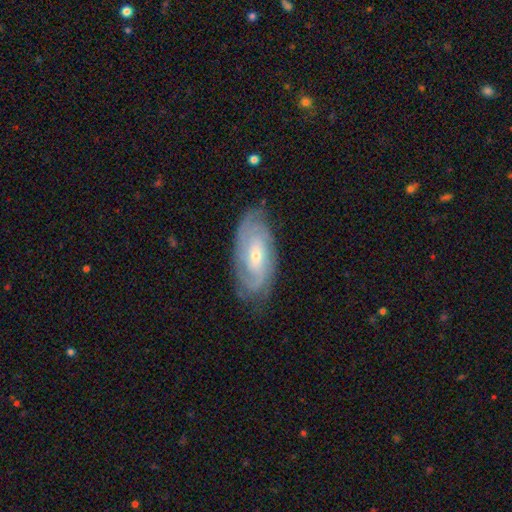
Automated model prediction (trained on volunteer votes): Overall: featured or disk (81%). Edge-on disk: no (93%). Bar: no (53%; weak 35%). Spiral arms: yes (93%). Spiral arm count: 2 (37%; can't tell 32%). Spiral winding: tight (65%; medium 28%). Bulge size: small (65%; moderate 31%). Merging: none (77%).